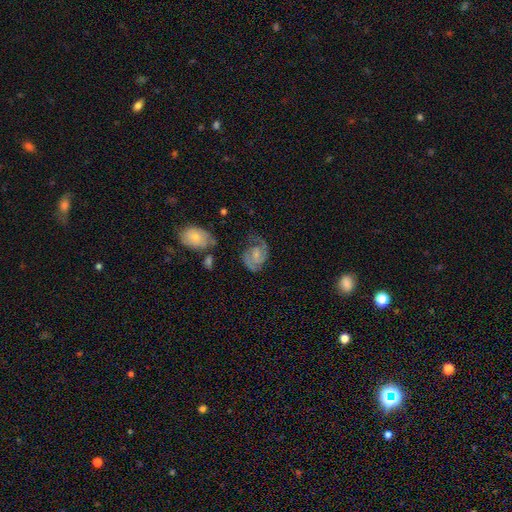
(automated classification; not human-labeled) A featured or disk galaxy (78%) with a weak bar (48%), 2 (82%) medium (48%) spiral arms (94%) and a small central bulge (52%).

Vote fractions:
- Smooth or featured? featured or disk: 78% / smooth: 15% / star or artifact: 6%
- Edge-on disk? no: 98% / yes: 2%
- Bar? weak: 48% / no: 41% / strong: 11%
- Spiral arms? yes: 94% / no: 6%
- Spiral winding? medium: 48% / tight: 38% / loose: 14%
- Spiral arm count? 2: 82% / can't tell: 8% / 1: 6% / 3: 3% / 4: 1% / more than 4: 1%
- Bulge size? small: 52% / moderate: 28% / none: 16% / large: 3% / dominant: 1%
- Merging? none: 60% / minor disturbance: 22% / major disturbance: 14% / merger: 4%